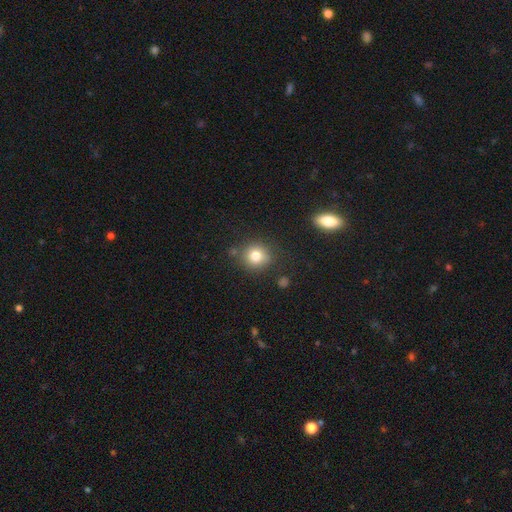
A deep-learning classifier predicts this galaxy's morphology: smooth_or_featured: smooth (p=0.80) [alt: star or artifact p=0.12]
how_rounded: round (p=0.86) [alt: in between p=0.13]
merging: none (p=0.79) [alt: minor disturbance p=0.12]